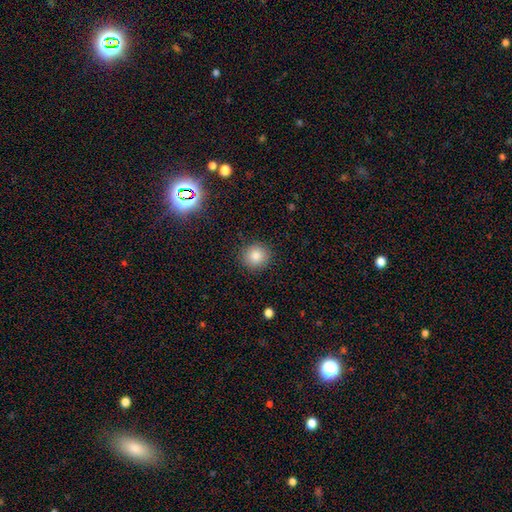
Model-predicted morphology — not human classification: smooth-or-featured: smooth: 84% | star or artifact: 10% | featured or disk: 6%
  how-rounded: round: 88% | in between: 12% | cigar-shaped: 1%
  merging: none: 90% | minor disturbance: 7% | major disturbance: 2% | merger: 1%